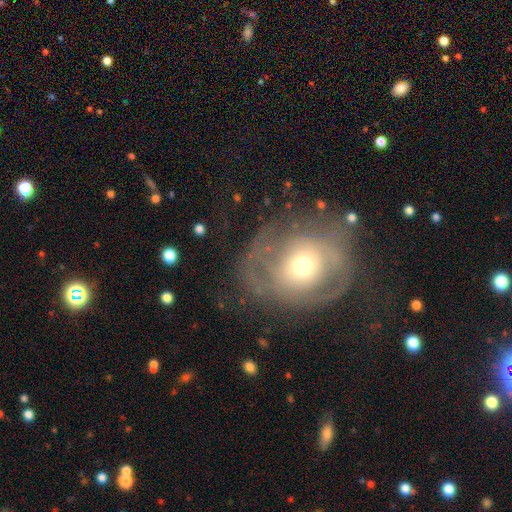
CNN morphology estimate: type=featured or disk (69%); edge-on=no (96%); bar=no (74%); spiral arms=yes (76%); winding=tight (56%); arm count=2 (41%); bulge=moderate (58%); merging=none (66%).